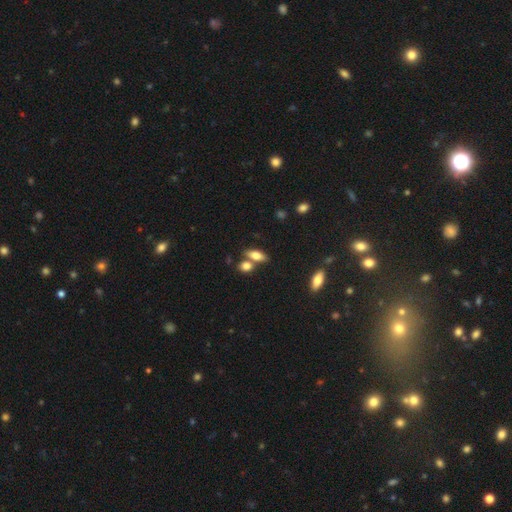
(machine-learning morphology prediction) smooth 71%, featured or disk 20%, star or artifact 9%. Down the decision tree: how rounded — in between (75%); merging — none (58%).